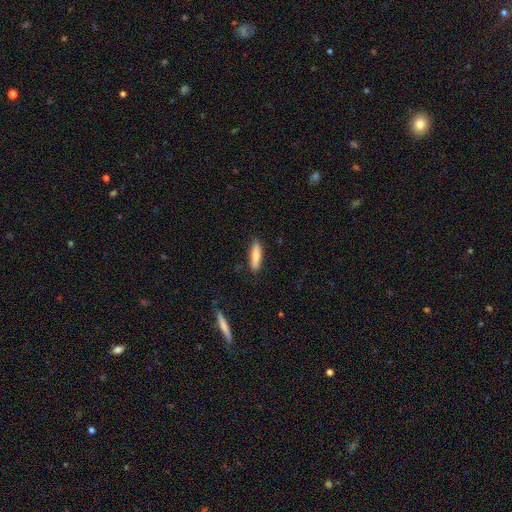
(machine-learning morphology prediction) smooth_or_featured: smooth (p=0.76) [alt: featured or disk p=0.18]
how_rounded: cigar-shaped (p=0.66) [alt: in between p=0.32]
merging: none (p=0.86) [alt: minor disturbance p=0.11]